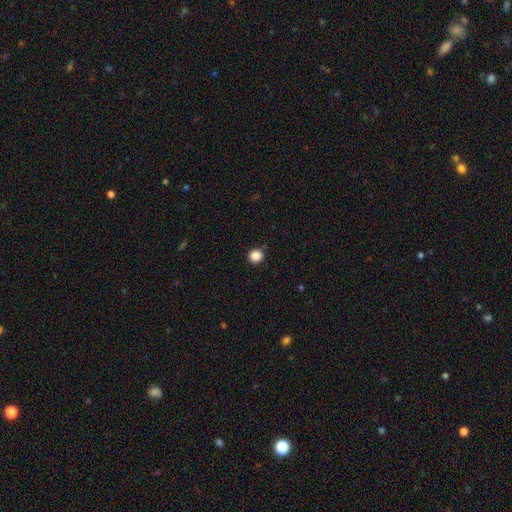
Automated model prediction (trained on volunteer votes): Morphology: type=smooth (86%); roundness=round (91%); merging=none (90%).